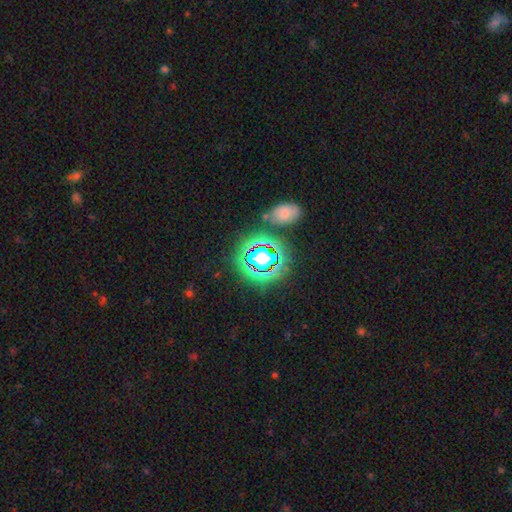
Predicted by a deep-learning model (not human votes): Smooth or featured?
  - star or artifact: 71% *
  - smooth: 19%
  - featured or disk: 10%